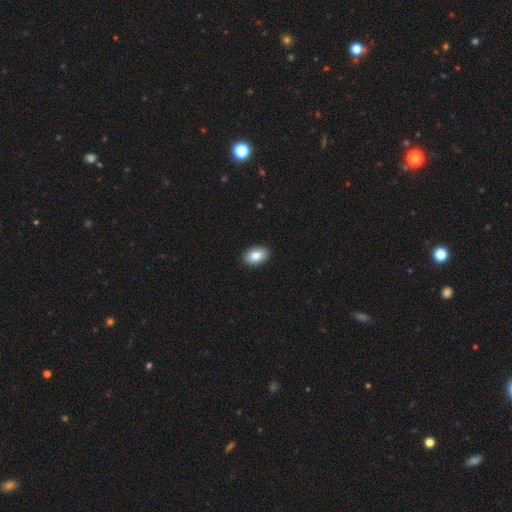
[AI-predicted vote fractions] Smooth or featured? Predicted: smooth (p=0.85). How rounded? Predicted: in between (p=0.90). Merging? Predicted: none (p=0.91).